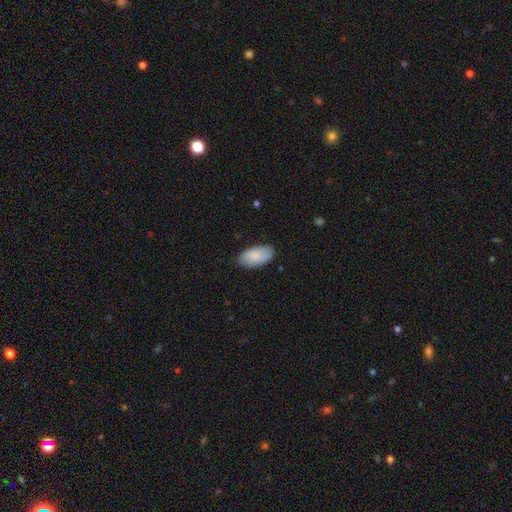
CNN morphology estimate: Q: Smooth or featured?
A: smooth (86%); runner-up: featured or disk (9%)
Q: How rounded?
A: in between (95%); runner-up: round (2%)
Q: Merging?
A: none (86%); runner-up: minor disturbance (11%)